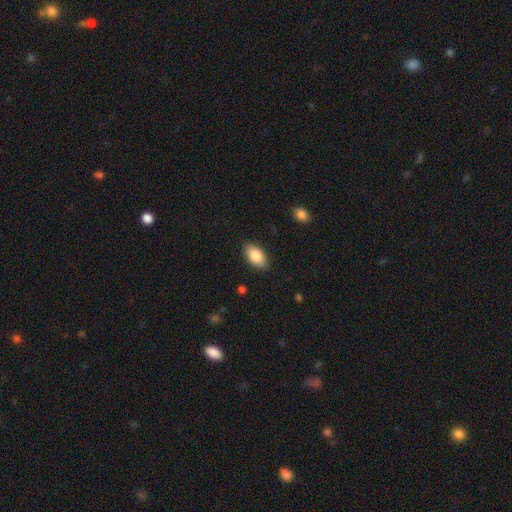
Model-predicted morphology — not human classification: Smooth or featured? smooth (85%)
How rounded? in between (93%)
Merging? none (87%)